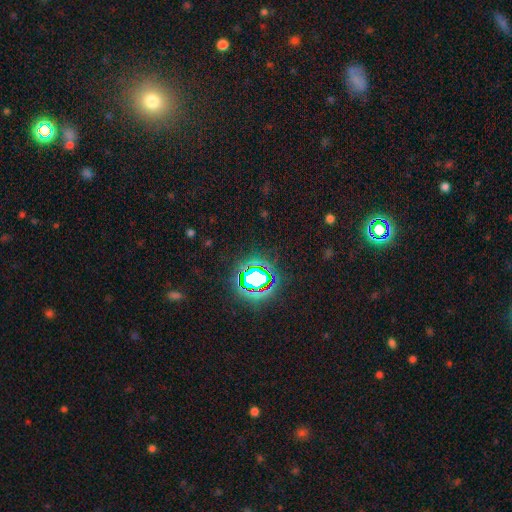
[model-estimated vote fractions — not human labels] Smooth or featured? star or artifact (79%)